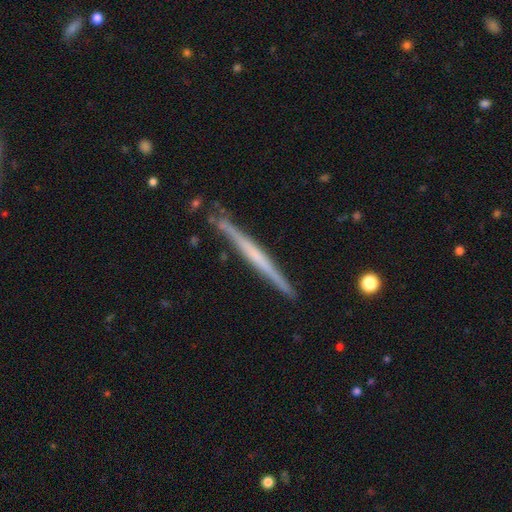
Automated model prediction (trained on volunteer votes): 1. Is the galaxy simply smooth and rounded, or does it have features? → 64% featured or disk, 30% smooth, 6% star or artifact.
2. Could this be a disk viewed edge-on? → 98% yes, 2% no.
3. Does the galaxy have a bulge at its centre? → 76% none, 16% rounded, 8% boxy.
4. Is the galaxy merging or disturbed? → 87% none, 10% minor disturbance, 2% merger, 2% major disturbance.